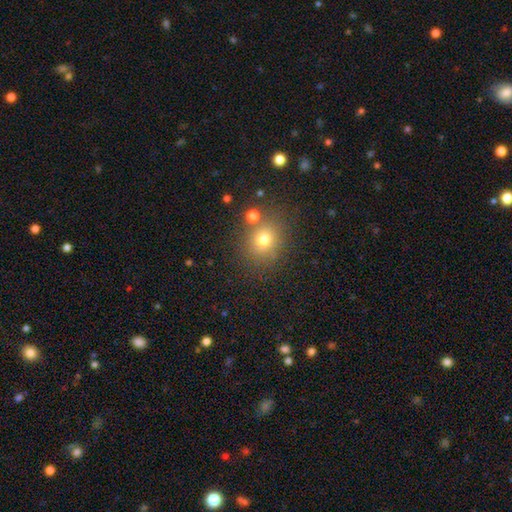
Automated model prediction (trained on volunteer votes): The model was most divided on "smooth or featured": smooth: 61%, star or artifact: 32%, featured or disk: 7%. More confident: merging — none (83%); how rounded — round (77%).